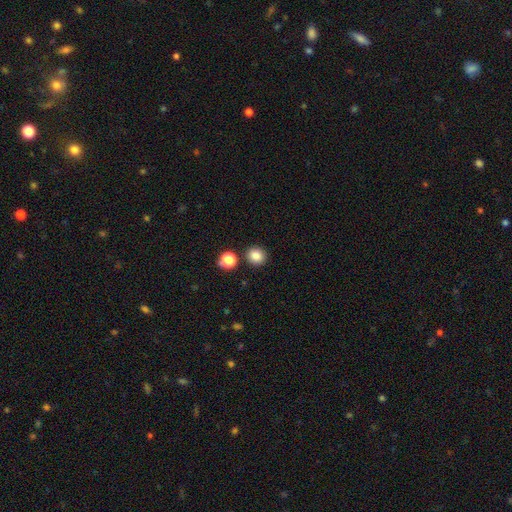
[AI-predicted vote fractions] This appears to be a smooth galaxy with no disk features (83%) that is round (90%). Merging: none (87%).